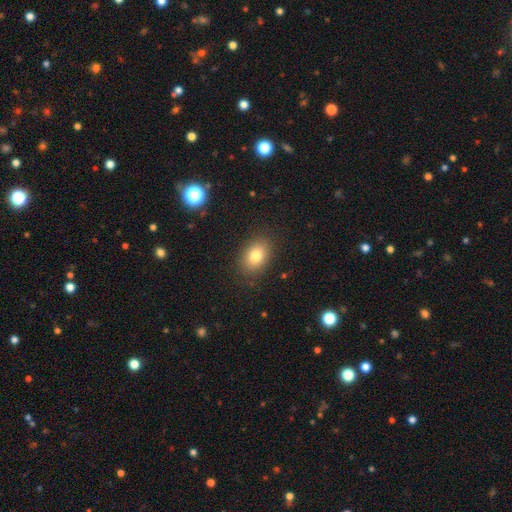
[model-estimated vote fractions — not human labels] Overall: smooth (79%). How rounded: in between (75%). Merging: none (87%).